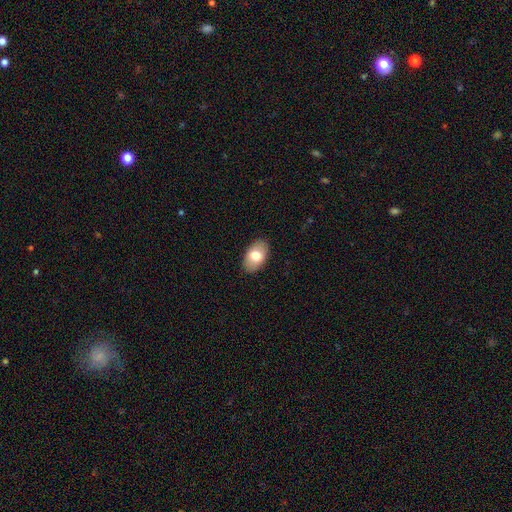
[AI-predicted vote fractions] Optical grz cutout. It shows a smooth galaxy with no disk features (75%) that is in between round and cigar-shaped (91%). Merging: none (88%).